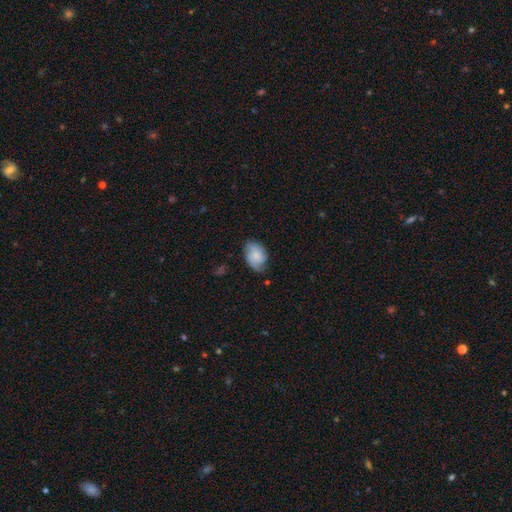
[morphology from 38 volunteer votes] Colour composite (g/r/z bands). It shows a smooth galaxy with no disk features (71%) that is in between round and cigar-shaped (85%). Merging: none (67%).